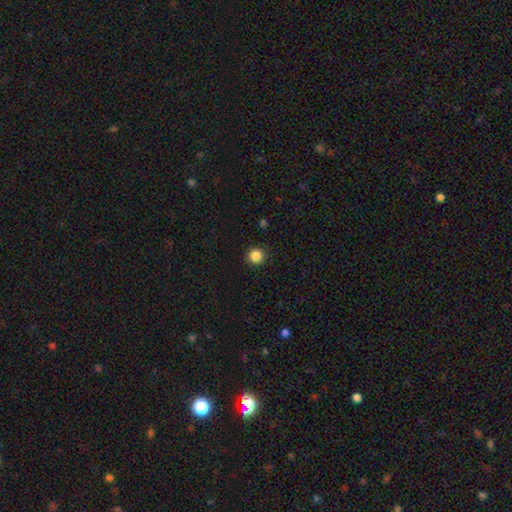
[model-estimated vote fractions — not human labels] A smooth galaxy with no disk features (86%) that is round (96%).

Vote fractions:
- Smooth or featured? smooth: 86% / star or artifact: 11% / featured or disk: 3%
- How rounded? round: 96% / in between: 3% / cigar-shaped: 1%
- Merging? none: 93% / minor disturbance: 5% / major disturbance: 2% / merger: 1%